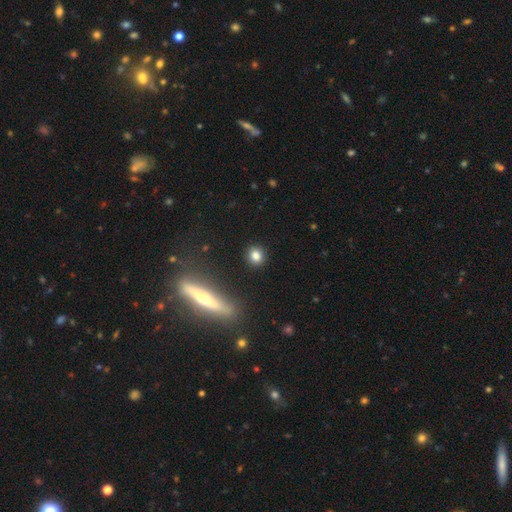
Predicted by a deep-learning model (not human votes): A smooth galaxy with no disk features (81%) that is round (80%).

Vote fractions:
- Smooth or featured? smooth: 81% / star or artifact: 10% / featured or disk: 10%
- How rounded? round: 80% / in between: 17% / cigar-shaped: 4%
- Merging? none: 90% / minor disturbance: 6% / major disturbance: 2% / merger: 2%